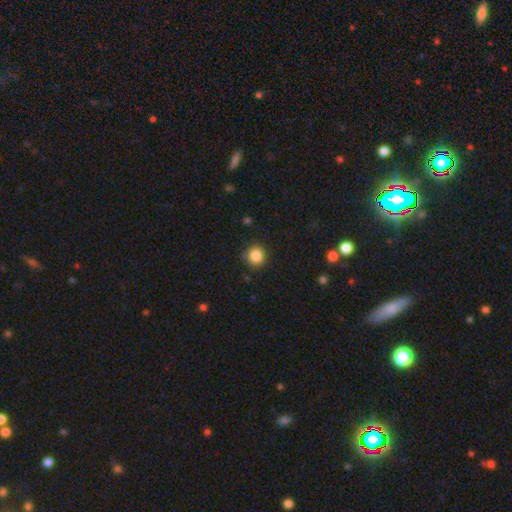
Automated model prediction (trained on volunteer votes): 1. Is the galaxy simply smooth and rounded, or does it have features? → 85% smooth, 10% star or artifact, 4% featured or disk.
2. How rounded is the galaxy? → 88% round, 11% in between, 1% cigar-shaped.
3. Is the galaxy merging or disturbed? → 83% none, 13% minor disturbance, 3% major disturbance, 2% merger.